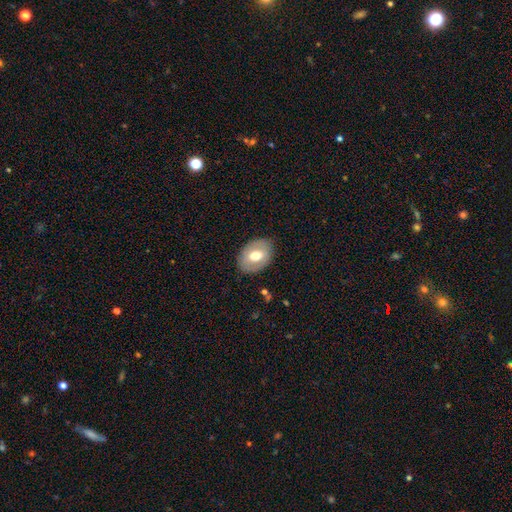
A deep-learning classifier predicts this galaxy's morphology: Overall: smooth (60%; featured or disk 34%). How rounded: in between (77%). Merging: none (83%).